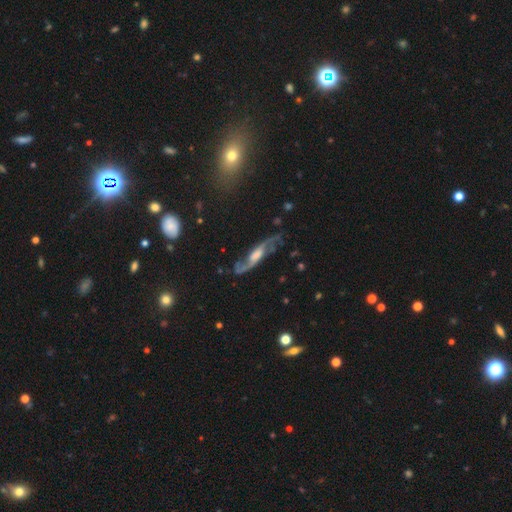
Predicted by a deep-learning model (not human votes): This is clearly a featured or disk galaxy (86%). It is clearly not viewed edge-on (82%). Bar: possibly weak (46%). Spiral arm pattern: clearly yes (96%). Spiral arm count: clearly 2 (91%). Spiral winding: possibly loose (50%). Central bulge: marginally moderate (44%). Merging: likely none (71%).